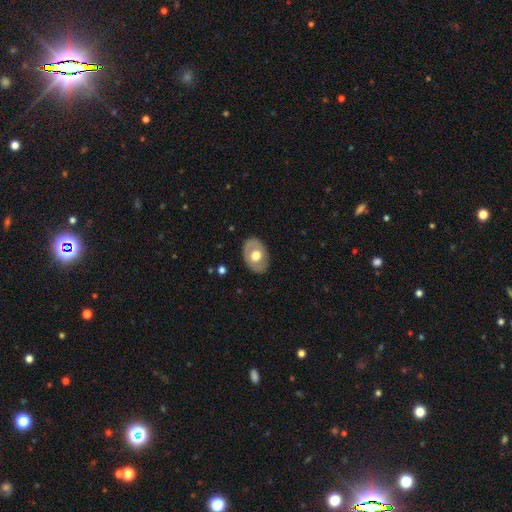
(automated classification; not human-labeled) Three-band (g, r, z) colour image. It shows a smooth galaxy with no disk features (49%). Merging: none (83%).